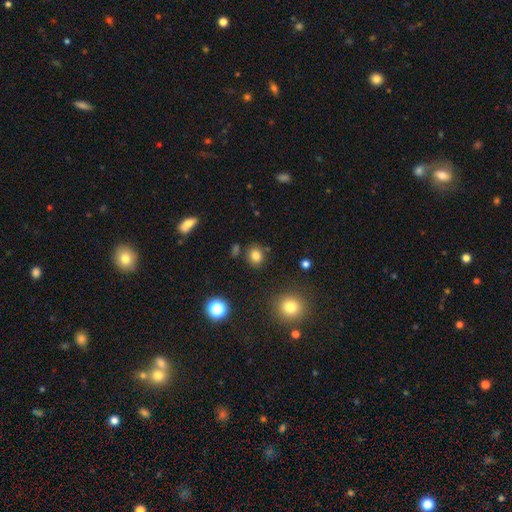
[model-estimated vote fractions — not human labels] Smooth or featured: smooth — 80% (star or artifact — 13%)
How rounded: round — 66% (in between — 33%)
Merging: none — 83% (minor disturbance — 10%)